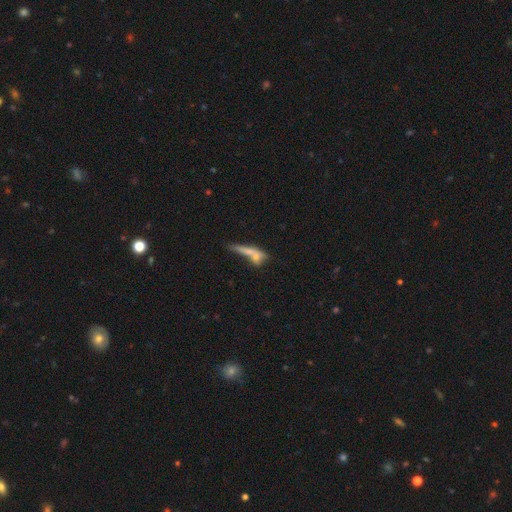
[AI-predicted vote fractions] Smooth or featured? smooth (58%)
How rounded? cigar-shaped (68%)
Merging? none (38%)